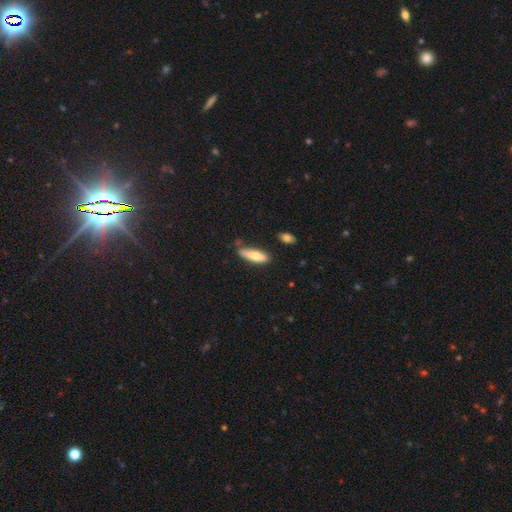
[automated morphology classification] The model was most divided on "how rounded" (2-way tie): cigar-shaped: 49%, in between: 49%, round: 2%. More confident: smooth or featured — smooth (71%); merging — none (70%).